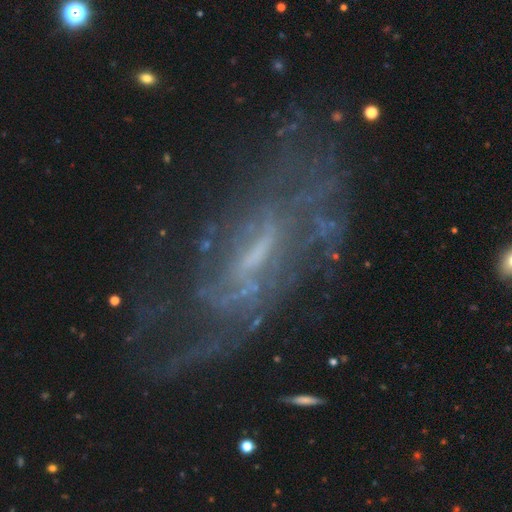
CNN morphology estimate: Overall: featured or disk (80%). Edge-on disk: no (87%). Bar: weak (48%; strong 28%). Spiral arms: yes (83%). Spiral arm count: can't tell (56%; 2 17%). Spiral winding: tight (44%; medium 36%). Bulge size: small (49%; moderate 26%). Merging: none (60%).